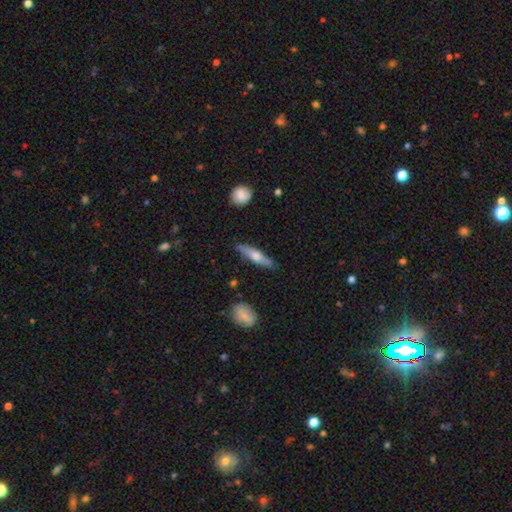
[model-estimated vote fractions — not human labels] This is possibly a smooth galaxy (50%). How rounded: likely cigar-shaped (79%). Merging: clearly none (83%).